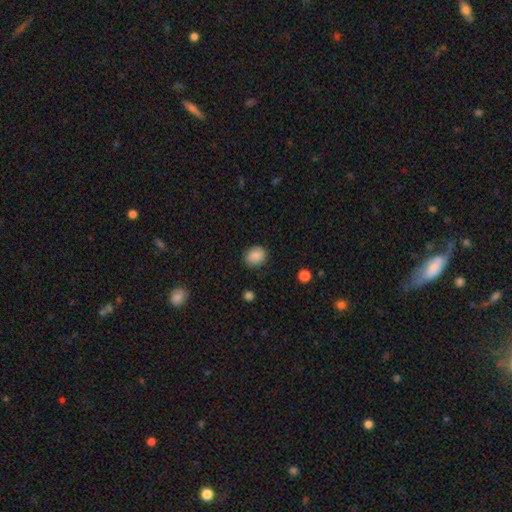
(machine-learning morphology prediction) A smooth galaxy with no disk features (87%) that is round (68%). Merging: none (85%).